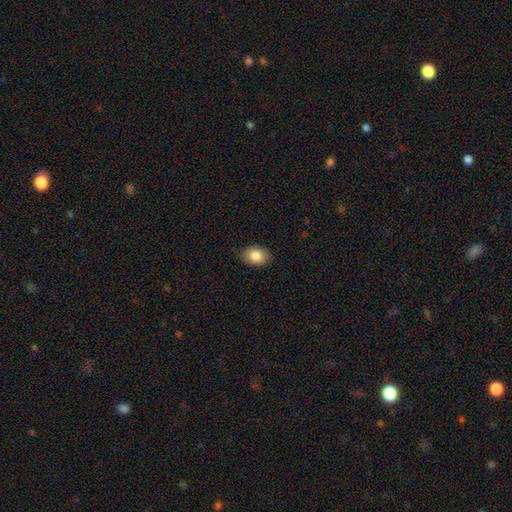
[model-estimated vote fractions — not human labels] A smooth galaxy with no disk features (83%) that is in between round and cigar-shaped (81%). Merging: none (87%).